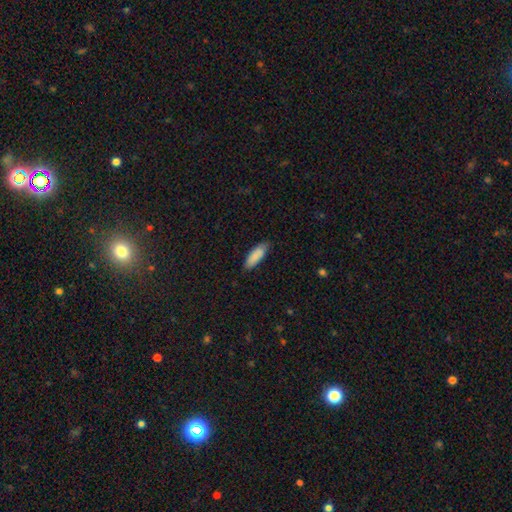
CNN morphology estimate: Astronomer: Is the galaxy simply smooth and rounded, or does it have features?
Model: smooth — 86%.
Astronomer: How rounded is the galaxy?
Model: in between — 64%.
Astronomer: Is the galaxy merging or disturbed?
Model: none — 78%.